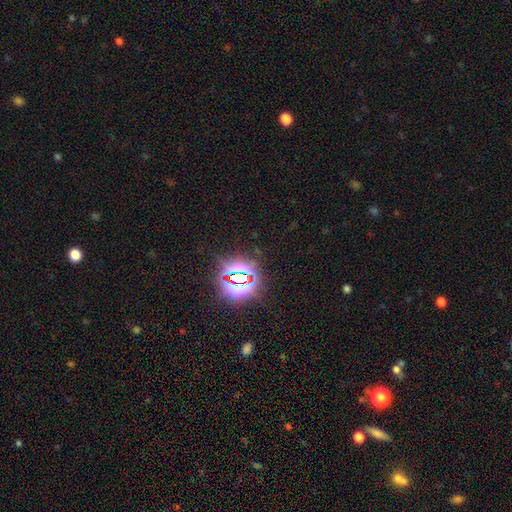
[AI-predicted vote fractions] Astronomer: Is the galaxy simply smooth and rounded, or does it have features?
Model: star or artifact — 80%.